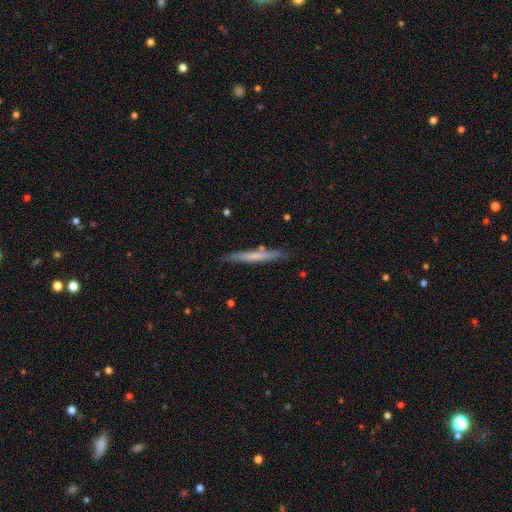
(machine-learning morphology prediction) This appears to be a smooth galaxy with no disk features (57%) that is cigar-shaped (96%). Merging: none (86%).